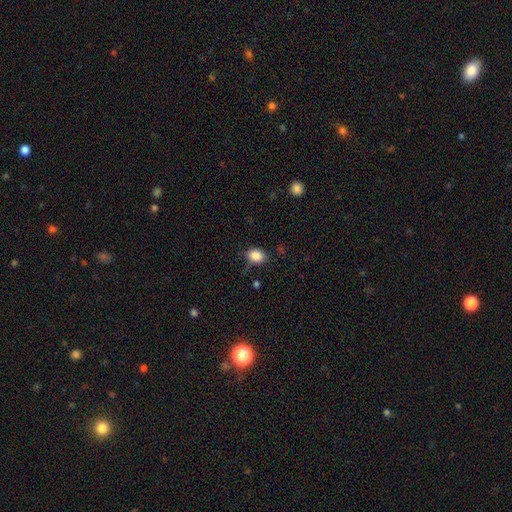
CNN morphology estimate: Overall: smooth (86%). How rounded: in between (64%; round 35%). Merging: none (72%).